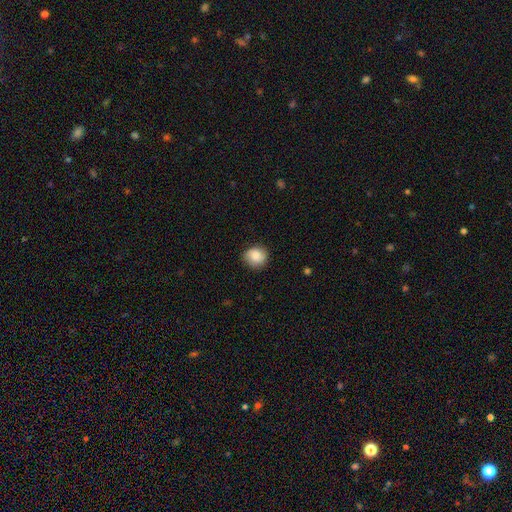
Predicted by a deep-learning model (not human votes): The model was most divided on "how rounded": round: 80%, in between: 20%, cigar-shaped: 1%. More confident: merging — none (83%); smooth or featured — smooth (78%).